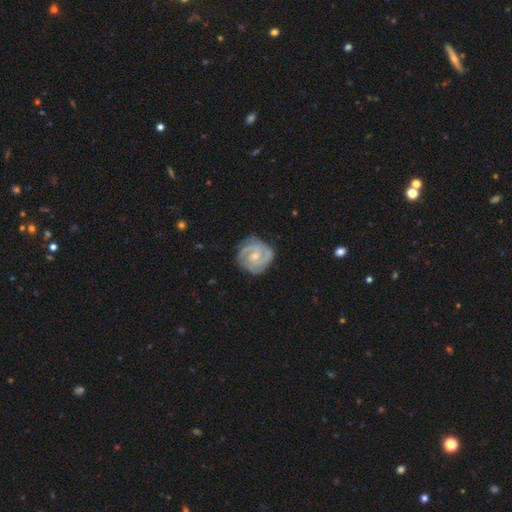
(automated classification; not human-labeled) Overall: featured or disk (84%). Edge-on disk: no (98%). Bar: no (61%; weak 33%). Spiral arms: yes (97%). Spiral arm count: 2 (43%; 3 31%). Spiral winding: tight (64%; medium 31%). Bulge size: small (53%; moderate 41%). Merging: none (77%).